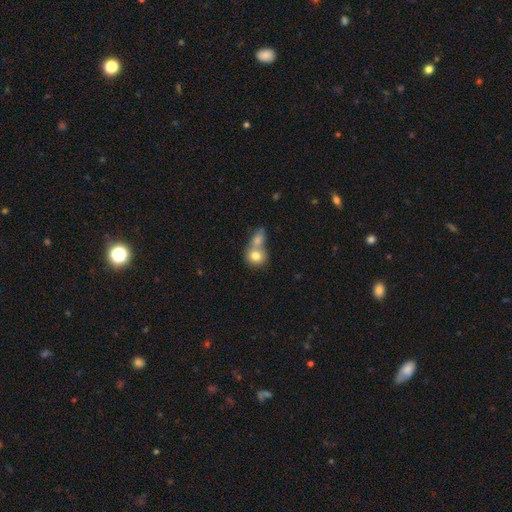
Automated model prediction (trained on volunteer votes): smooth 78%, featured or disk 13%, star or artifact 9%. Down the decision tree: how rounded — round (77%); merging — merger (61%).